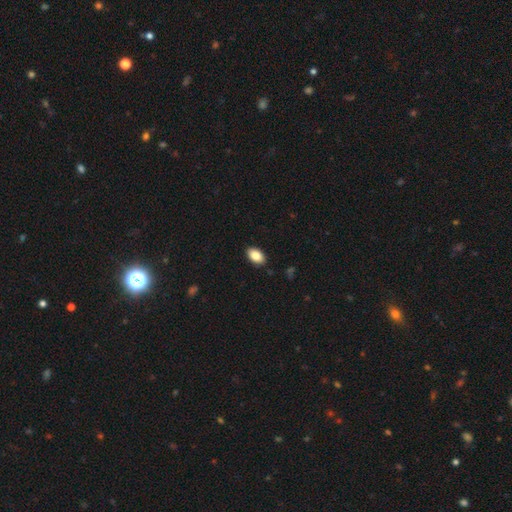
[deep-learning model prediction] smooth 86%, star or artifact 7%, featured or disk 6%. Down the decision tree: how rounded — in between (91%); merging — none (89%).